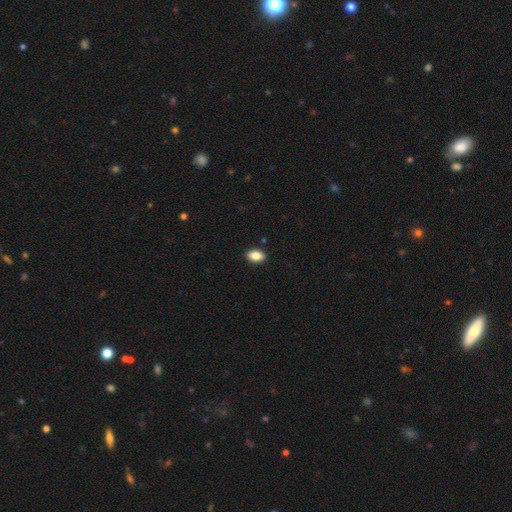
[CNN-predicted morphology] This appears to be a smooth galaxy with no disk features (86%) that is in between round and cigar-shaped (86%). Merging: none (90%).